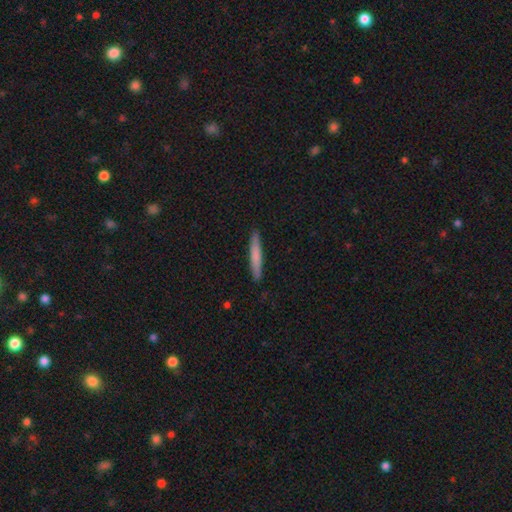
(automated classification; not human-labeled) This appears to be a smooth galaxy with no disk features (72%) that is cigar-shaped (95%). Merging: none (91%).